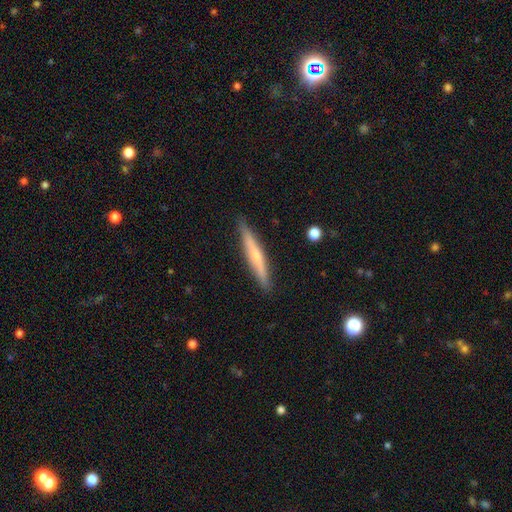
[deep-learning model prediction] smooth-or-featured: smooth: 47% (tied) | featured or disk: 47% (tied) | star or artifact: 6%
  merging: none: 88% | minor disturbance: 9% | major disturbance: 2% | merger: 1%